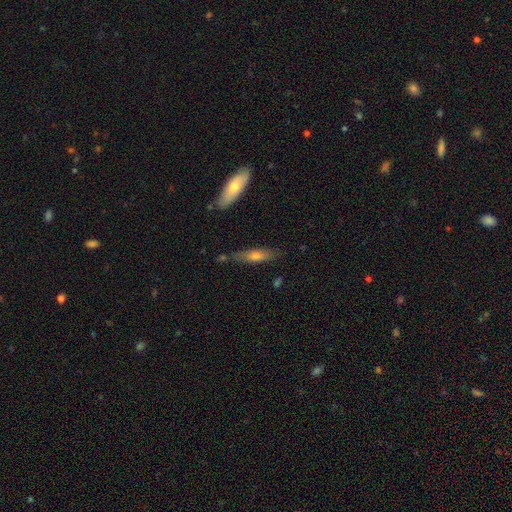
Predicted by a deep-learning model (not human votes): This is possibly a smooth galaxy (56%). How rounded: likely cigar-shaped (73%). Merging: likely none (73%).